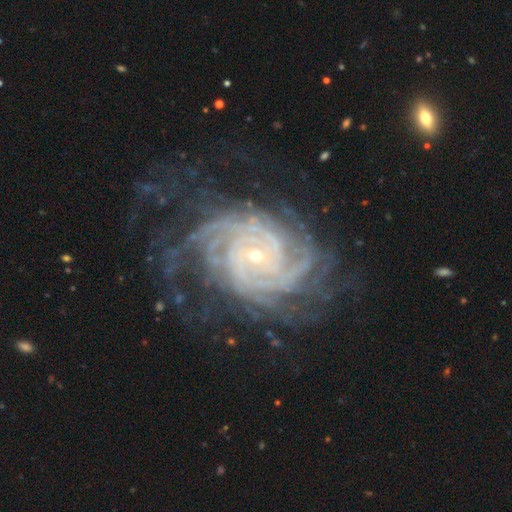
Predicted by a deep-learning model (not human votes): Smooth or featured? featured or disk (91%)
Edge-on disk? no (97%)
Bar? no (66%)
Spiral arms? yes (98%)
Spiral winding? tight (75%)
Spiral arm count? more than 4 (25%)
Bulge size? small (80%)
Merging? none (68%)